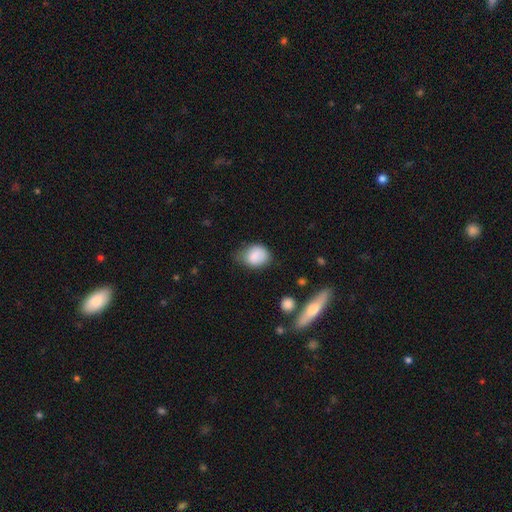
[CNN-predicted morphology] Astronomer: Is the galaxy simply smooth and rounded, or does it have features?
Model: smooth — 84%.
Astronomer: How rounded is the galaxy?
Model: in between — 54% (runner-up: round, 45%).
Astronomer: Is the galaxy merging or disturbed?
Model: none — 53% (runner-up: minor disturbance, 35%).